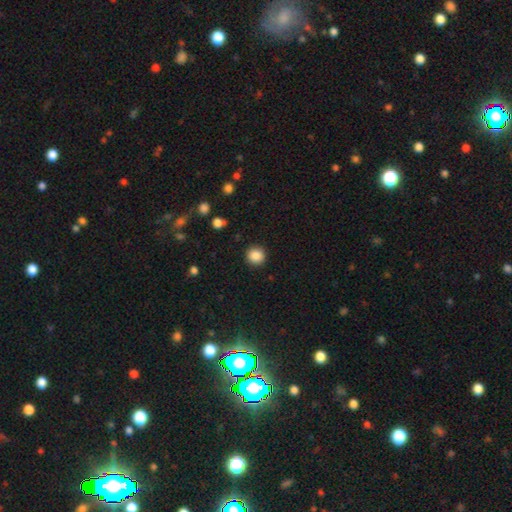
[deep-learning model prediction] This is clearly a smooth galaxy (87%). How rounded: clearly round (92%). Merging: clearly none (91%).